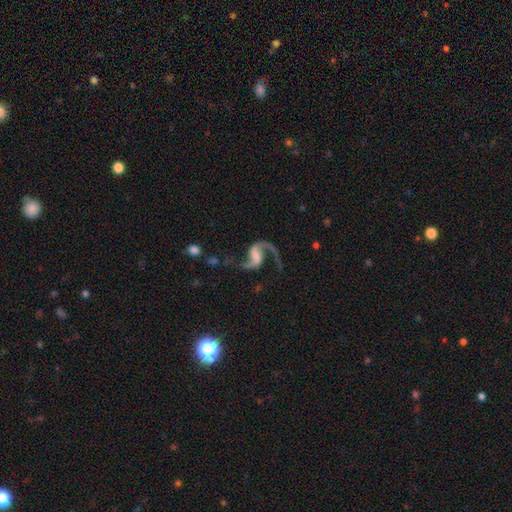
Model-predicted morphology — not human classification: This appears to be a featured or disk galaxy (91%) with a weak bar (41%), 2 (91%) loose (72%) spiral arms (98%) and no central bulge (44%). Merging: none (69%).